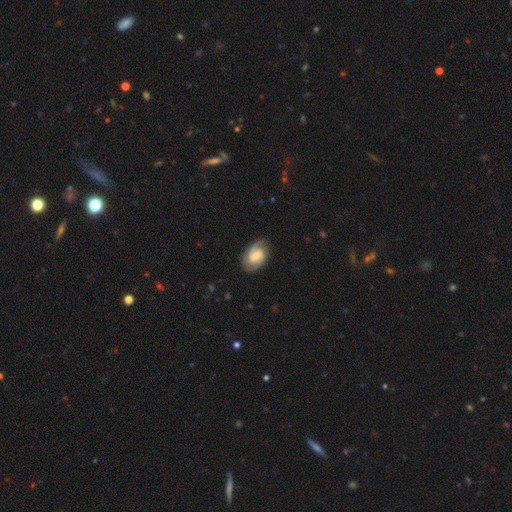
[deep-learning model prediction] Morphology: type=featured or disk (71%); edge-on=no (97%); bar=weak (50%); spiral arms=yes (92%); winding=medium (43%); arm count=2 (76%); bulge=moderate (44%, tied with small); merging=none (78%).